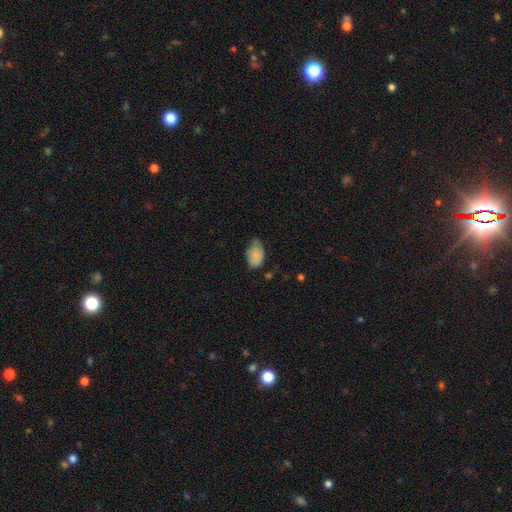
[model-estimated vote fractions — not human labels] Overall: smooth (81%). How rounded: in between (87%). Merging: none (44%; minor disturbance 43%).